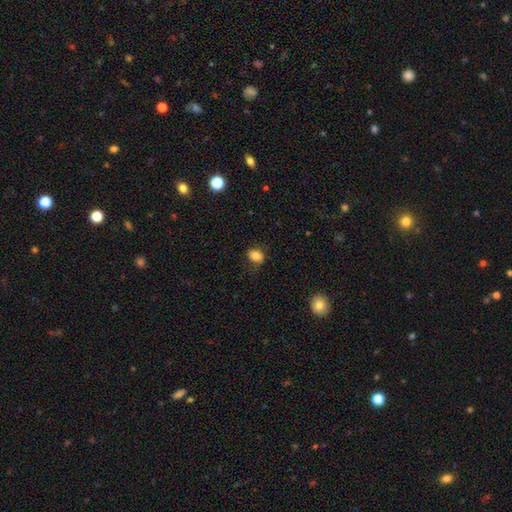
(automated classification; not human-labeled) smooth_or_featured: smooth (p=0.83) [alt: star or artifact p=0.10]
how_rounded: in between (p=0.65) [alt: round p=0.34]
merging: none (p=0.76) [alt: minor disturbance p=0.17]